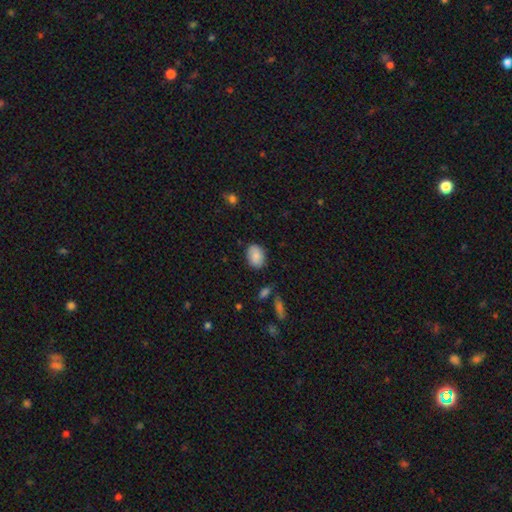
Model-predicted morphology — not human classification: Smooth or featured?
  - smooth: 87% *
  - star or artifact: 7%
  - featured or disk: 6%
How rounded?
  - in between: 73% *
  - round: 26%
  - cigar-shaped: 1%
Merging?
  - none: 81% *
  - minor disturbance: 14%
  - major disturbance: 3%
  - merger: 2%